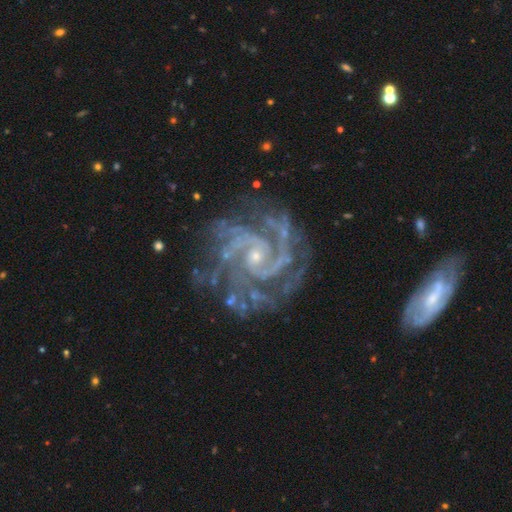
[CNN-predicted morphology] This appears to be a featured or disk galaxy (93%) with no bar (54%), 2 (51%) tight (56%) spiral arms (99%) and a small central bulge (75%). Merging: none (68%).